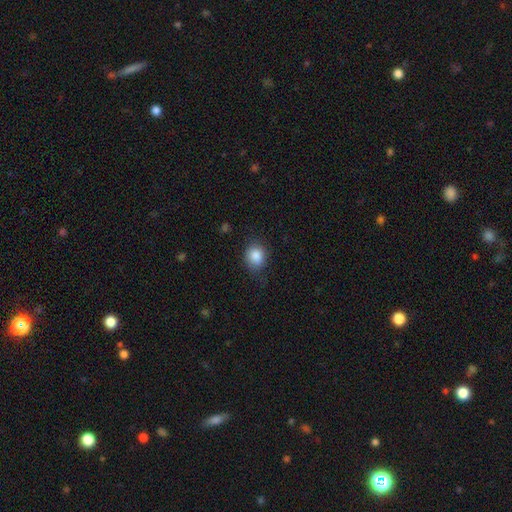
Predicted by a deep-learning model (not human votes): Smooth or featured? Predicted: smooth (p=0.85). How rounded? Predicted: round (p=0.65). Merging? Predicted: none (p=0.71).